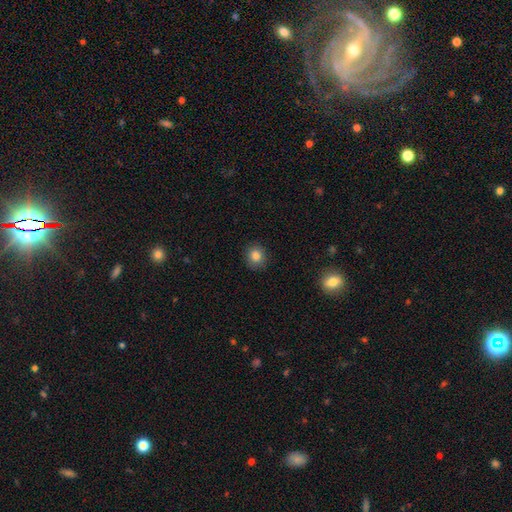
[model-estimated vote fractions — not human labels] smooth-or-featured: smooth: 83% | star or artifact: 11% | featured or disk: 6%
  how-rounded: round: 82% | in between: 18% | cigar-shaped: 1%
  merging: none: 90% | minor disturbance: 7% | major disturbance: 2% | merger: 1%